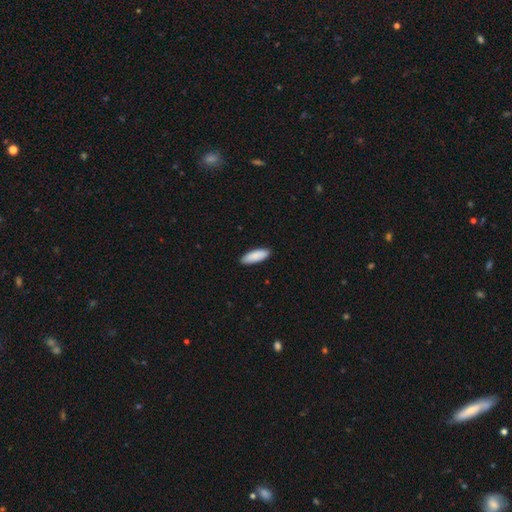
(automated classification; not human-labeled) smooth-or-featured: smooth: 90% | star or artifact: 5% | featured or disk: 5%
  how-rounded: in between: 64% | cigar-shaped: 35% | round: 2%
  merging: none: 90% | minor disturbance: 8% | major disturbance: 1% | merger: 1%